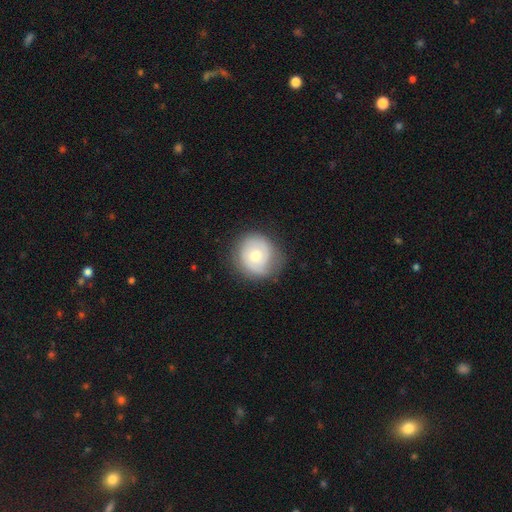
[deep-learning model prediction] smooth 49%, featured or disk 44%, star or artifact 6%. Down the decision tree: merging — none (72%).